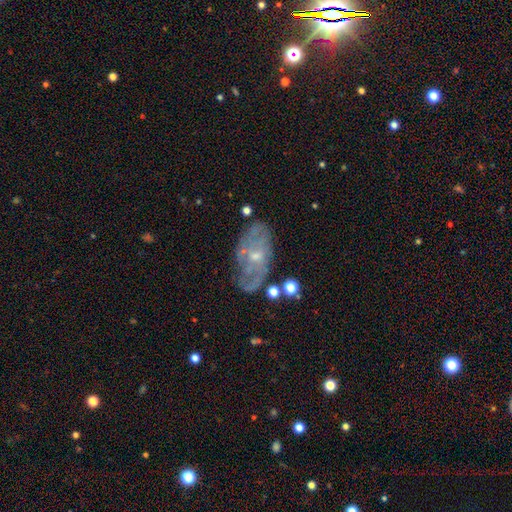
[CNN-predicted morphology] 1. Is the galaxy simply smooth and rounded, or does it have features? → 68% featured or disk, 22% smooth, 9% star or artifact.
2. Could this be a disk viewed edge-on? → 93% no, 7% yes.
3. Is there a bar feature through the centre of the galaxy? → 67% no, 28% weak, 5% strong.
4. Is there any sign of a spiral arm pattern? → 62% yes, 38% no.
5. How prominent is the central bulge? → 65% small, 29% moderate, 4% none, 1% large, 1% dominant.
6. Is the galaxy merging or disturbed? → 58% none, 23% minor disturbance, 13% major disturbance, 5% merger.